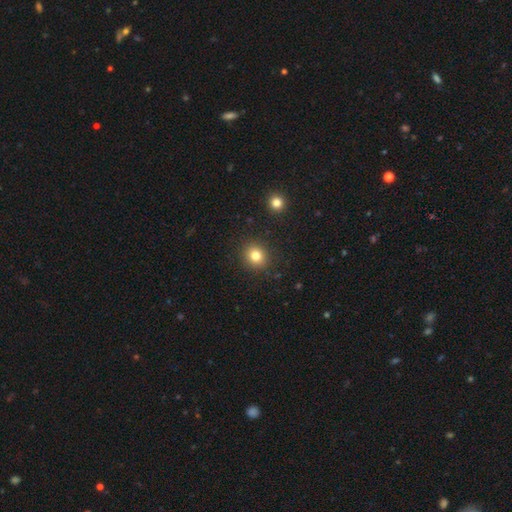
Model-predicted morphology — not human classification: Smooth or featured? smooth (80%)
How rounded? round (80%)
Merging? none (89%)